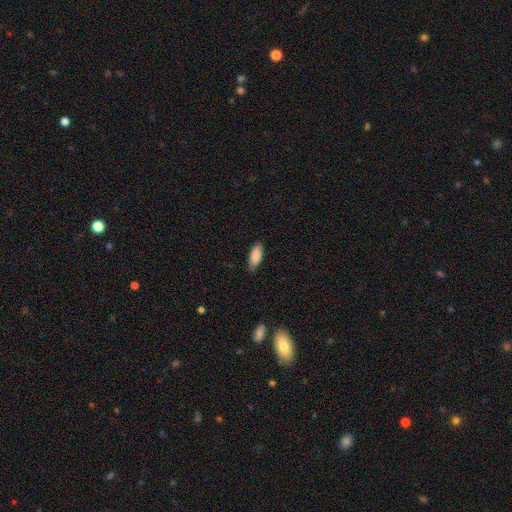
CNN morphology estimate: This appears to be a smooth galaxy with no disk features (88%) that is in between round and cigar-shaped (81%). Merging: none (78%).